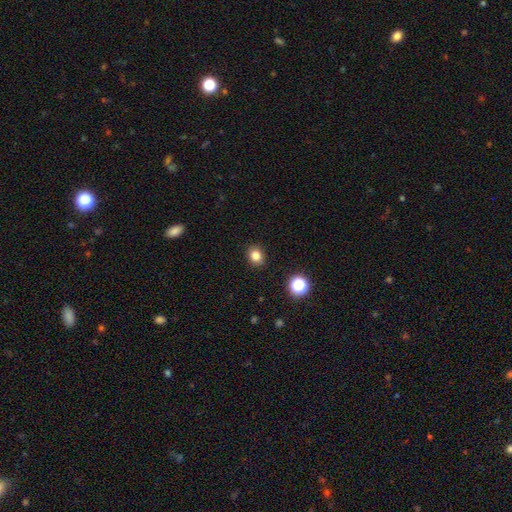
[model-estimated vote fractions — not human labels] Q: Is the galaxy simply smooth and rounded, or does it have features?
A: smooth — 81%.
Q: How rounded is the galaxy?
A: round — 63%.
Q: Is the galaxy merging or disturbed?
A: none — 89%.